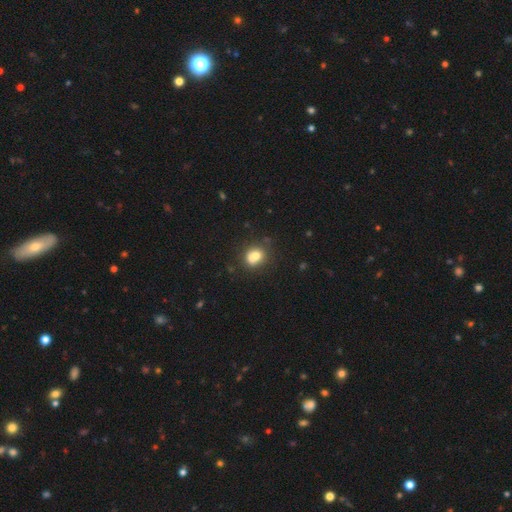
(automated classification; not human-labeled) Smooth or featured? smooth (71%)
How rounded? round (67%)
Merging? none (47%)